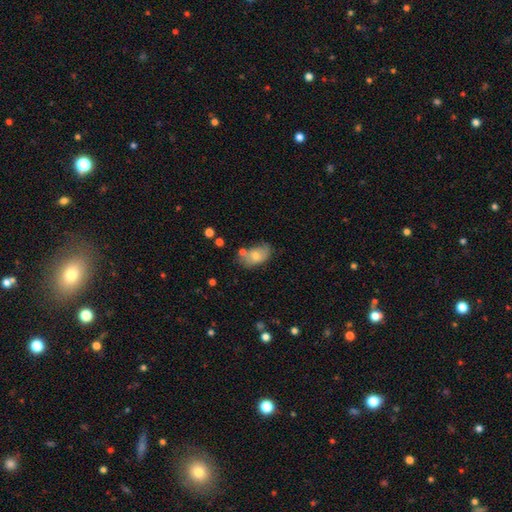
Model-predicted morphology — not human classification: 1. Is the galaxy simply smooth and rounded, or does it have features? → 71% smooth, 21% featured or disk, 8% star or artifact.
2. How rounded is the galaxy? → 89% in between, 9% round, 2% cigar-shaped.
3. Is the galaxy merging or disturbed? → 52% none, 28% minor disturbance, 12% merger, 9% major disturbance.